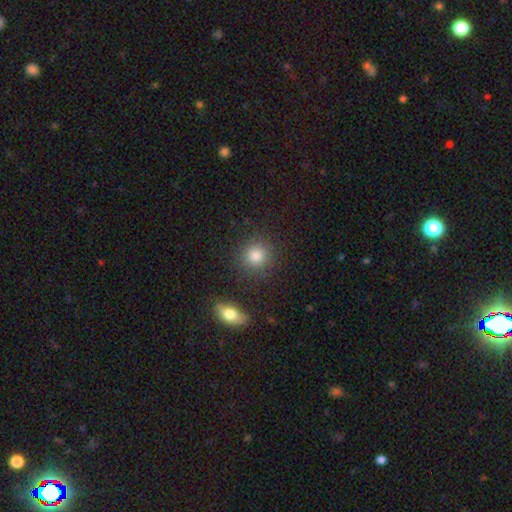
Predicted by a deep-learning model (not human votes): Smooth or featured: smooth — 84% (star or artifact — 10%)
How rounded: round — 89% (in between — 10%)
Merging: none — 86% (minor disturbance — 7%)